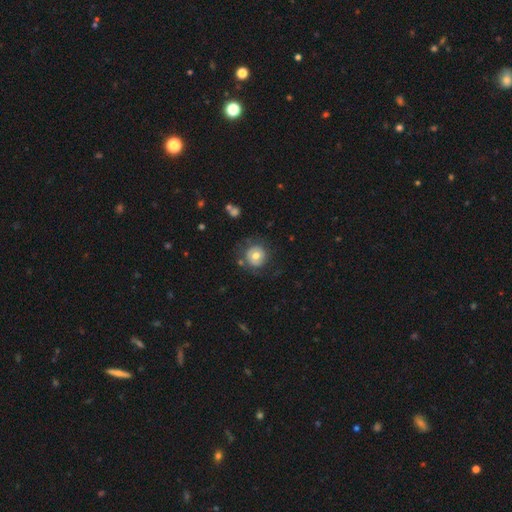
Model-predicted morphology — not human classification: smooth_or_featured: smooth (p=0.61) [alt: featured or disk p=0.31]
how_rounded: round (p=0.90) [alt: in between p=0.09]
merging: none (p=0.73) [alt: minor disturbance p=0.16]